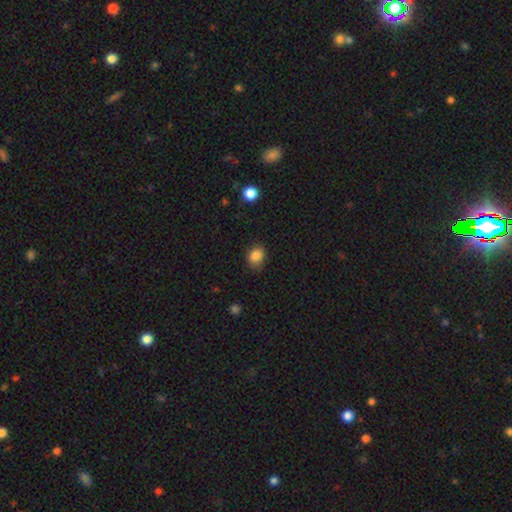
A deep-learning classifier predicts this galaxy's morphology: Smooth or featured?
  - smooth: 85% *
  - star or artifact: 10%
  - featured or disk: 5%
How rounded?
  - round: 52% *
  - in between: 47%
  - cigar-shaped: 1%
Merging?
  - none: 77% *
  - minor disturbance: 18%
  - major disturbance: 4%
  - merger: 1%